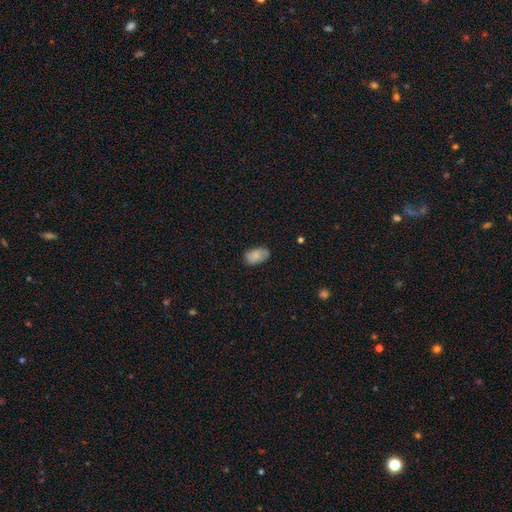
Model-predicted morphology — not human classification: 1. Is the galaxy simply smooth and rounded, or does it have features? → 81% smooth, 11% featured or disk, 8% star or artifact.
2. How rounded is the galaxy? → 92% in between, 6% round, 2% cigar-shaped.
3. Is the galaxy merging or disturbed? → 70% none, 23% minor disturbance, 4% major disturbance, 2% merger.